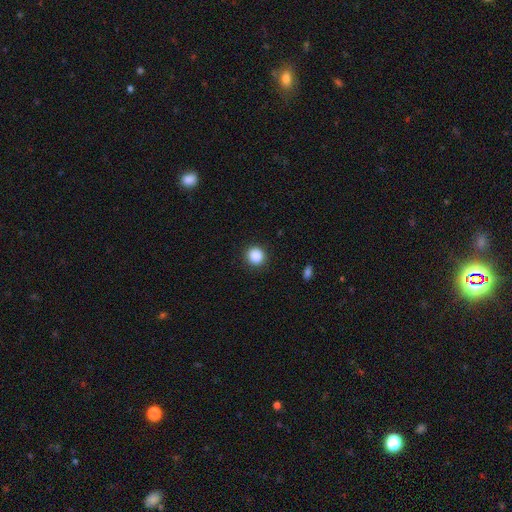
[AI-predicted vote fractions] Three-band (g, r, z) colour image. It shows a smooth galaxy with no disk features (88%) that is round (90%). Merging: none (90%).